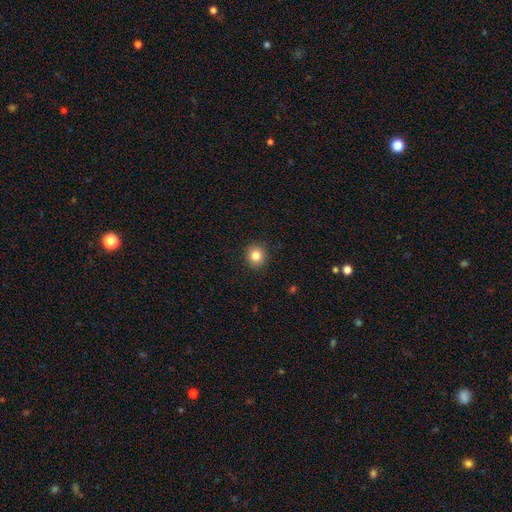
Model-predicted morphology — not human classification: A smooth galaxy with no disk features (83%) that is round (89%).

Vote fractions:
- Smooth or featured? smooth: 83% / star or artifact: 11% / featured or disk: 6%
- How rounded? round: 89% / in between: 10% / cigar-shaped: 1%
- Merging? none: 92% / minor disturbance: 5% / major disturbance: 2% / merger: 1%